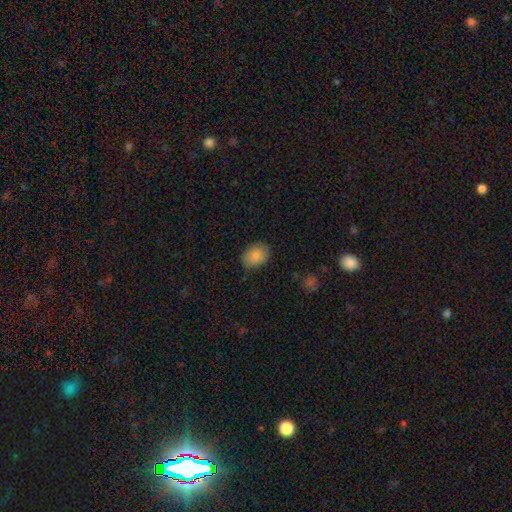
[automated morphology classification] The model was most divided on "how rounded": in between: 68%, round: 31%, cigar-shaped: 1%. More confident: smooth or featured — smooth (85%); merging — none (79%).